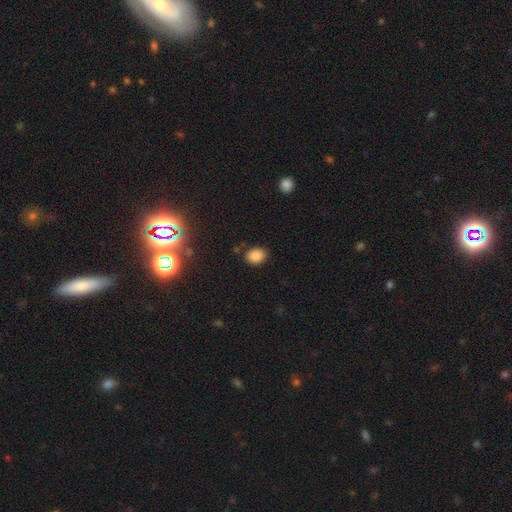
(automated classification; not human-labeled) Smooth or featured? Predicted: smooth (p=0.85). How rounded? Predicted: in between (p=0.66). Merging? Predicted: none (p=0.81).